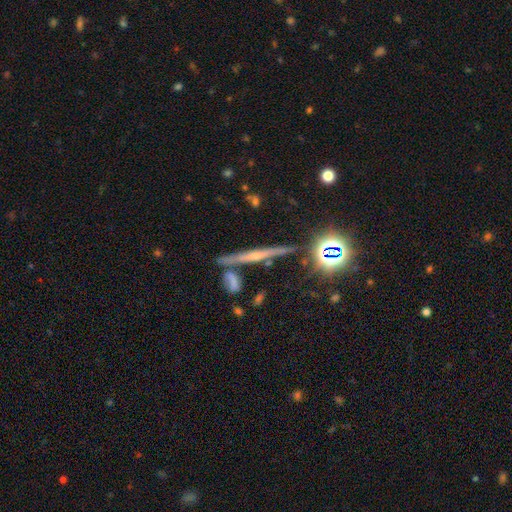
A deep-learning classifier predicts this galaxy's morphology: Smooth or featured?
  - featured or disk: 56% *
  - smooth: 23%
  - star or artifact: 21%
Edge-on disk?
  - yes: 94% *
  - no: 6%
Edge-on bulge?
  - rounded: 63% *
  - none: 27%
  - boxy: 10%
Merging?
  - none: 80% *
  - minor disturbance: 10%
  - merger: 8%
  - major disturbance: 3%